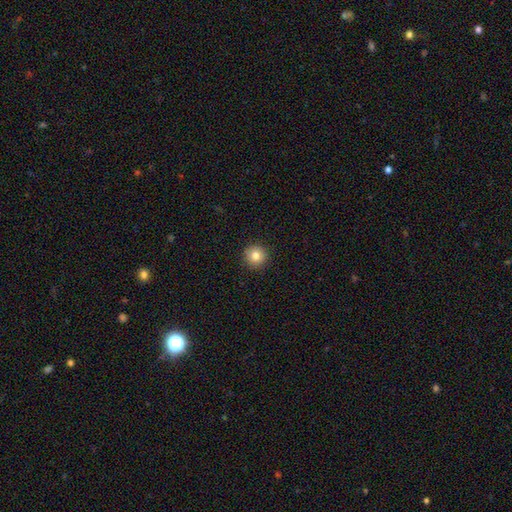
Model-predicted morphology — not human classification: This appears to be a smooth galaxy with no disk features (81%) that is round (96%). Merging: none (92%).